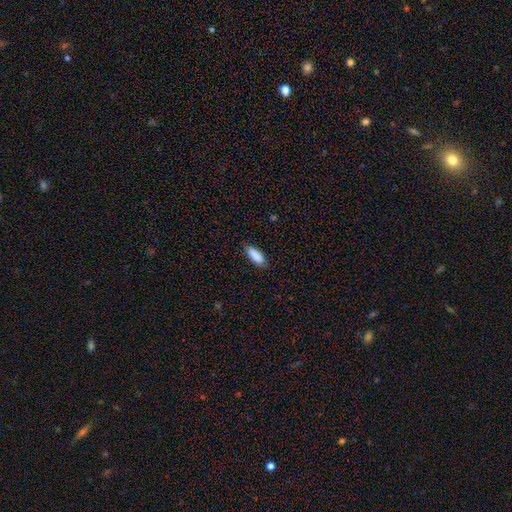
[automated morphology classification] The model was most divided on "how rounded": in between: 76%, cigar-shaped: 22%, round: 2%. More confident: smooth or featured — smooth (89%); merging — none (83%).